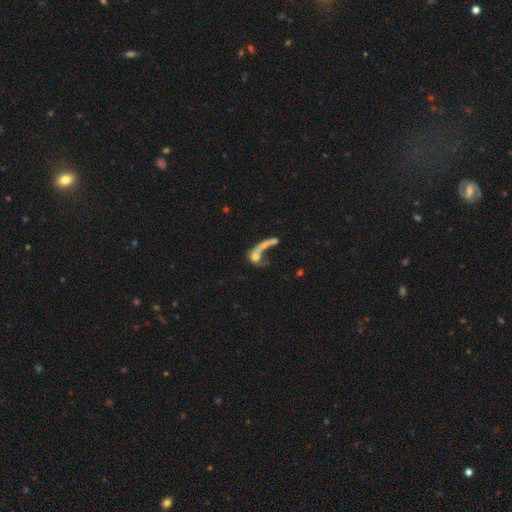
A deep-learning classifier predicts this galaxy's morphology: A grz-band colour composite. It shows a smooth galaxy with no disk features (45%). Merging: major disturbance (39%).